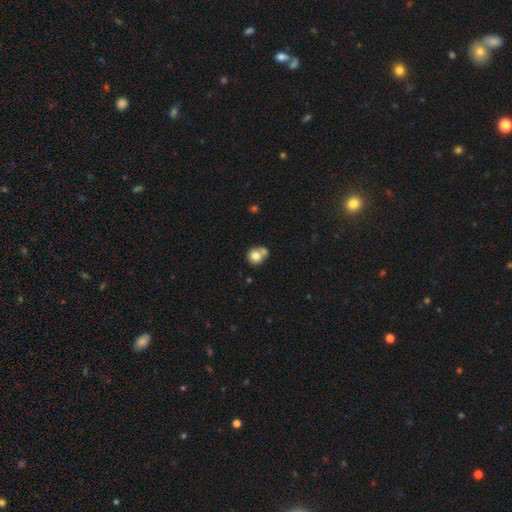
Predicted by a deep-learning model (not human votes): Smooth or featured?
  - smooth: 78% *
  - featured or disk: 13%
  - star or artifact: 10%
How rounded?
  - round: 85% *
  - in between: 14%
  - cigar-shaped: 1%
Merging?
  - none: 47% *
  - merger: 38%
  - minor disturbance: 11%
  - major disturbance: 4%